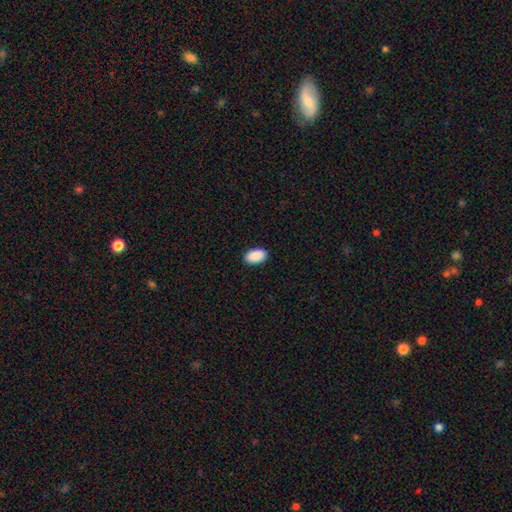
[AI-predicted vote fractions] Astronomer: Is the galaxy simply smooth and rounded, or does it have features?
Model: smooth — 91%.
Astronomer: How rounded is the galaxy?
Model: in between — 95%.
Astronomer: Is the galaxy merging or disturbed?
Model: none — 90%.